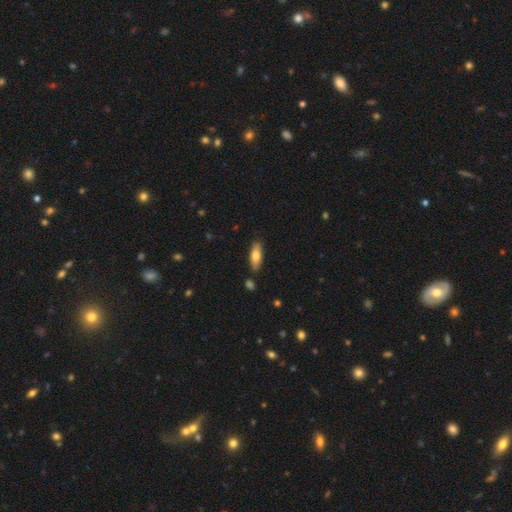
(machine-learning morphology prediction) The model was most divided on "how rounded": in between: 63%, cigar-shaped: 35%, round: 2%. More confident: merging — none (83%); smooth or featured — smooth (72%).